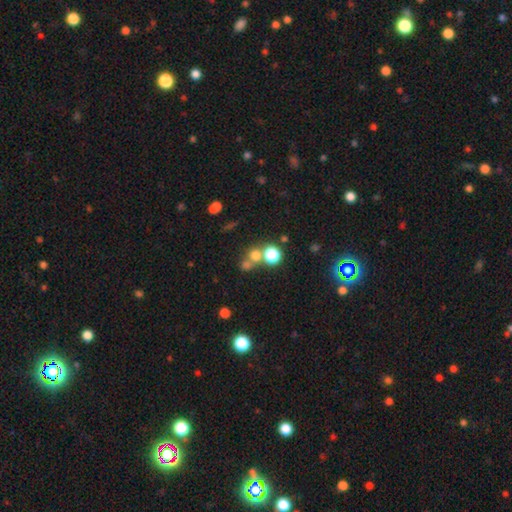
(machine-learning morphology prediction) Q: Smooth or featured?
A: smooth (66%); runner-up: star or artifact (24%)
Q: How rounded?
A: round (85%); runner-up: in between (14%)
Q: Merging?
A: none (51%); runner-up: merger (37%)